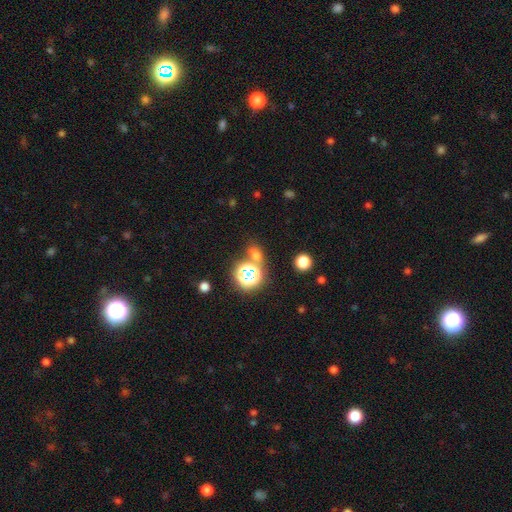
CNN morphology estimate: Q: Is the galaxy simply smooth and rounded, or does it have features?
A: smooth — 53%.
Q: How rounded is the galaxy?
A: round — 52%.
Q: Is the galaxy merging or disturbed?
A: none — 64%.